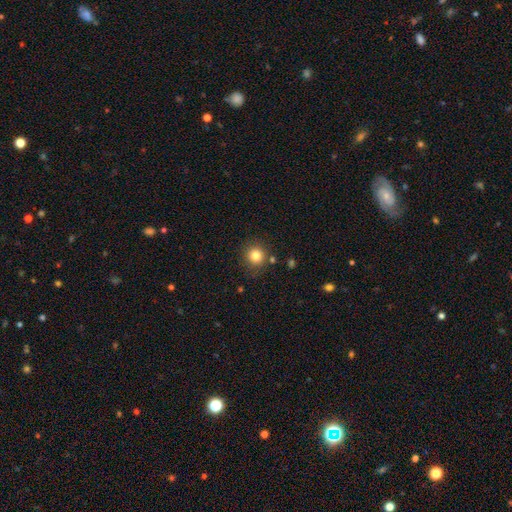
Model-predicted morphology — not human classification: Smooth or featured: smooth — 82% (star or artifact — 12%)
How rounded: round — 93% (in between — 6%)
Merging: none — 85% (minor disturbance — 8%)